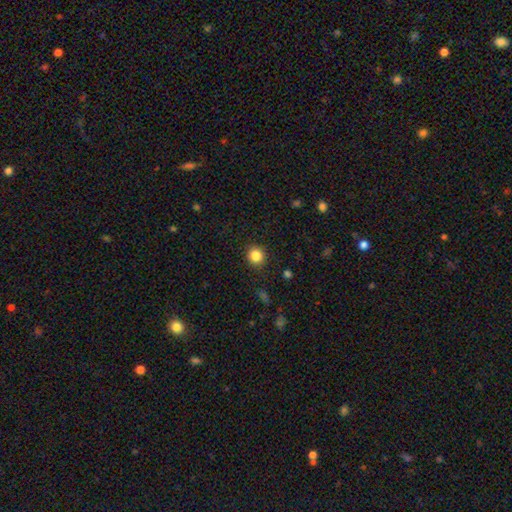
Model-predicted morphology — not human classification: The model was most divided on "smooth or featured": smooth: 84%, star or artifact: 11%, featured or disk: 5%. More confident: merging — none (91%); how rounded — round (90%).